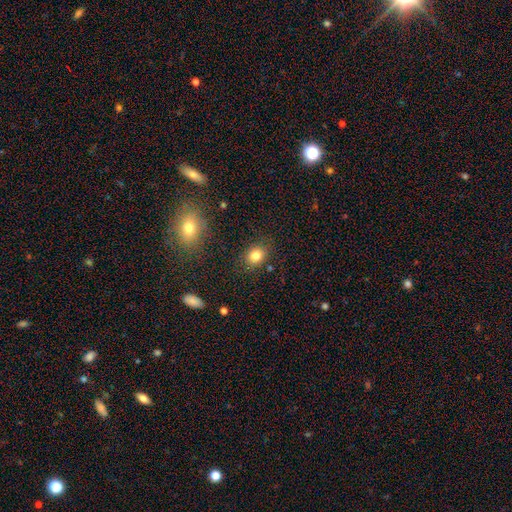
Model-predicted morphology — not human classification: This is clearly a smooth galaxy (82%). How rounded: possibly round (50%). Merging: clearly none (84%).